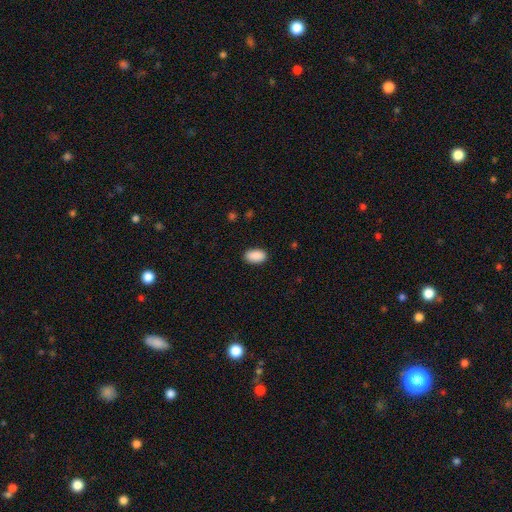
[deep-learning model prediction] Smooth or featured?
  - smooth: 91% *
  - star or artifact: 7%
  - featured or disk: 2%
How rounded?
  - in between: 93% *
  - round: 5%
  - cigar-shaped: 2%
Merging?
  - none: 89% *
  - minor disturbance: 8%
  - major disturbance: 2%
  - merger: 1%